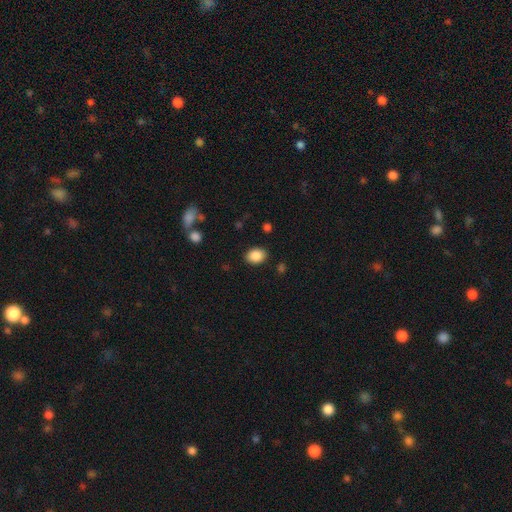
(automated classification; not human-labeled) smooth 87%, star or artifact 8%, featured or disk 4%. Down the decision tree: how rounded — in between (66%); merging — none (87%).